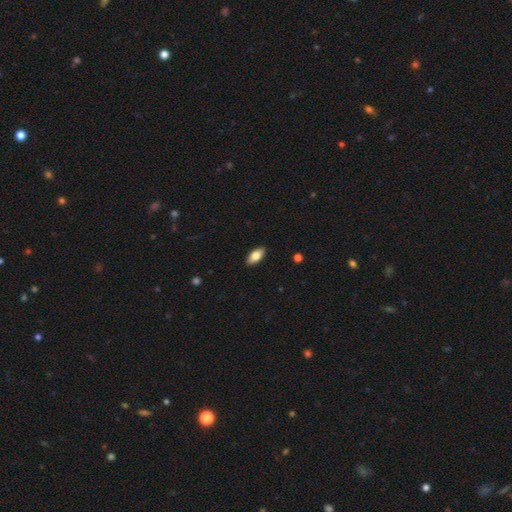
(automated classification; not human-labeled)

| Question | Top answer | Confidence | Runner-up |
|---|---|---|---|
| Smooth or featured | smooth | 78% | featured or disk (16%) |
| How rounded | in between | 89% | cigar-shaped (8%) |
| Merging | none | 90% | minor disturbance (8%) |